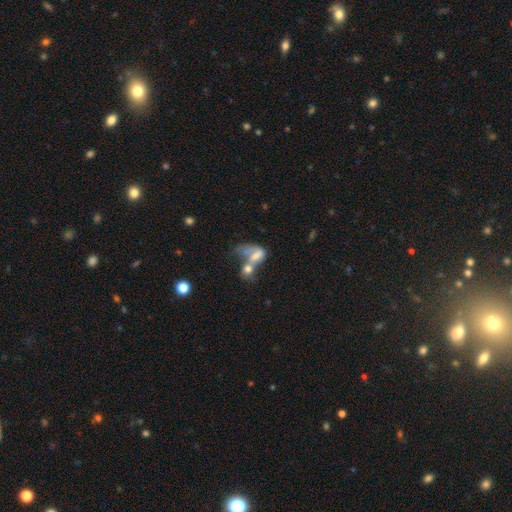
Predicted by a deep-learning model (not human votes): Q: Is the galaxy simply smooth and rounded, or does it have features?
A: smooth — 54%.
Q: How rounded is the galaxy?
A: in between — 81%.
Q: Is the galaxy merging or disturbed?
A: merger — 65%.